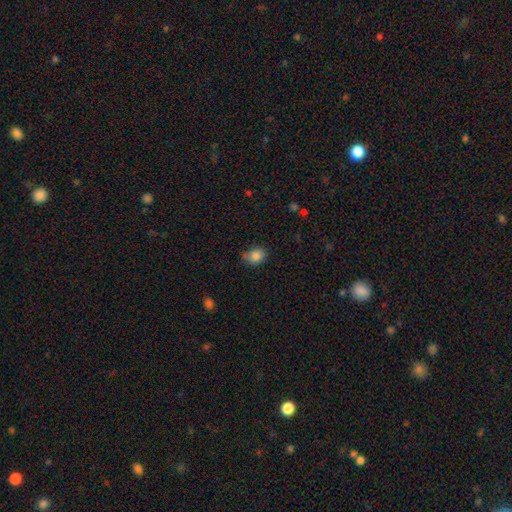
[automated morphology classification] Smooth or featured?
  - smooth: 85% *
  - star or artifact: 9%
  - featured or disk: 6%
How rounded?
  - in between: 55% *
  - round: 44%
  - cigar-shaped: 1%
Merging?
  - none: 64% *
  - minor disturbance: 26%
  - major disturbance: 5%
  - merger: 5%